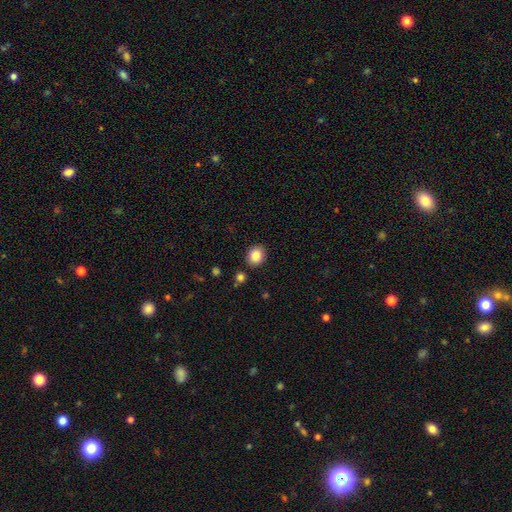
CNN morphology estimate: A smooth galaxy with no disk features (85%) that is round (72%). Merging: none (88%).